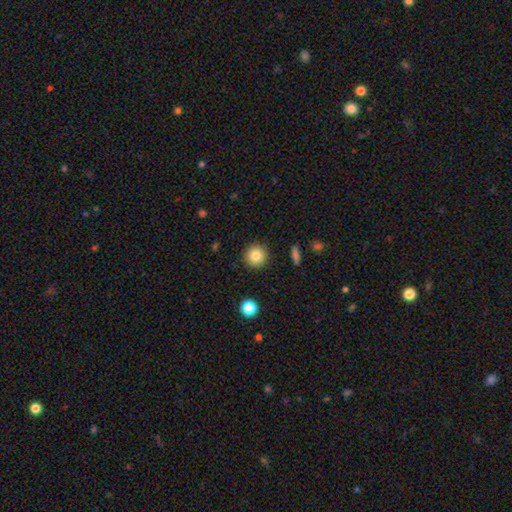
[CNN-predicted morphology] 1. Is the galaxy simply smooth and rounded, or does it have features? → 83% smooth, 10% star or artifact, 8% featured or disk.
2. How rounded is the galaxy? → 94% round, 5% in between, 1% cigar-shaped.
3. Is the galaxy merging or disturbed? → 91% none, 6% minor disturbance, 2% major disturbance, 1% merger.